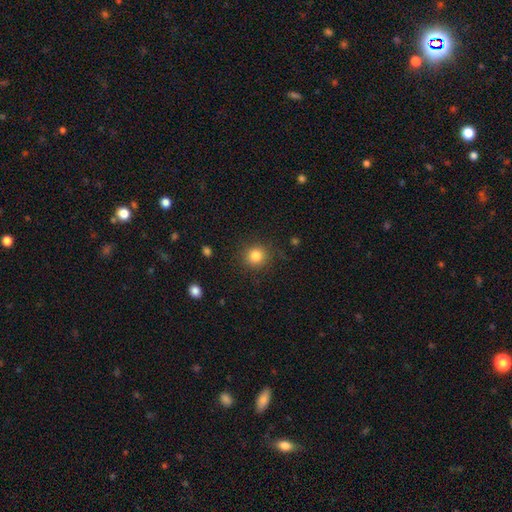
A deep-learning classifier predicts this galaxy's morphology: This is clearly a smooth galaxy (83%). How rounded: clearly round (91%). Merging: clearly none (88%).